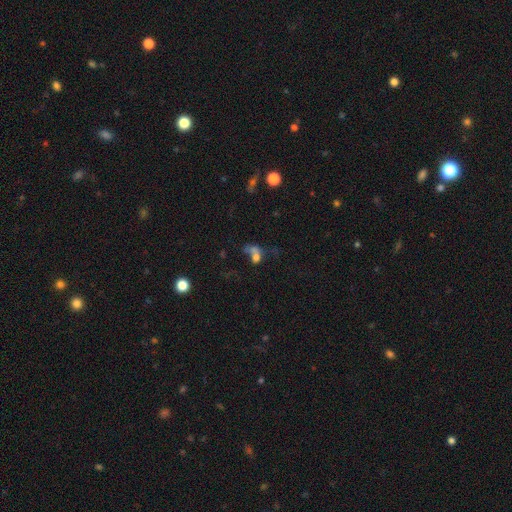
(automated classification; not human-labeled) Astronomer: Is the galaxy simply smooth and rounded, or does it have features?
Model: smooth — 58%.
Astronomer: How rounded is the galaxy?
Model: in between — 56% (runner-up: round, 41%).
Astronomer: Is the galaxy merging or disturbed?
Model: merger — 54%.